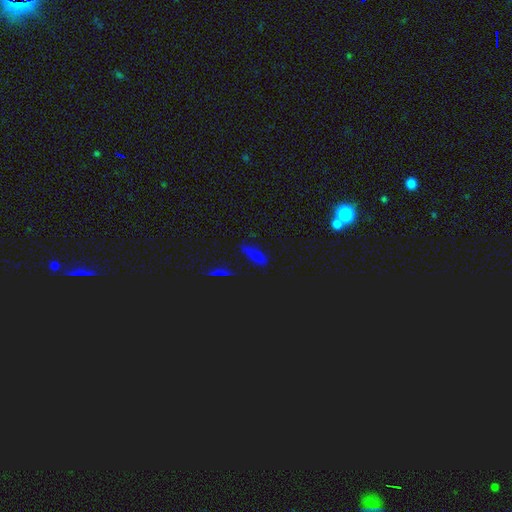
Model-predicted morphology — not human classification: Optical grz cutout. It shows a smooth galaxy with no disk features (53%) that is cigar-shaped (46%). Merging: none (76%).